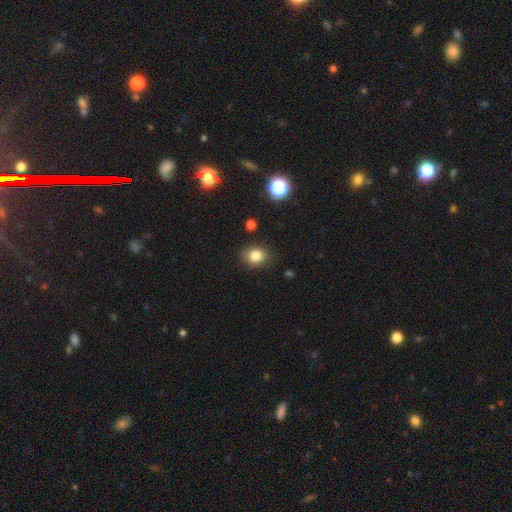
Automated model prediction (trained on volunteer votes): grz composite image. It shows a smooth galaxy with no disk features (83%) that is round (58%). Merging: none (83%).